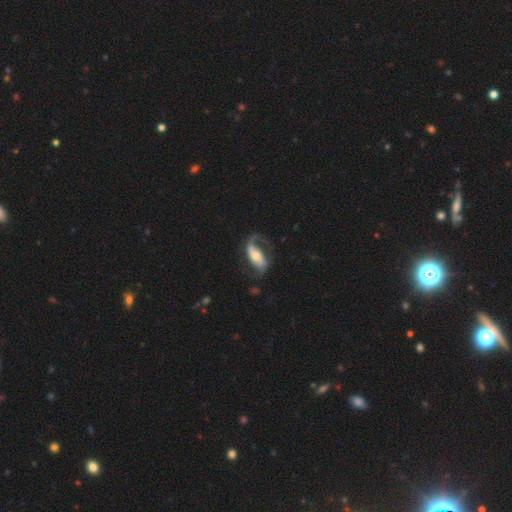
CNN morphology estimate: Smooth or featured: featured or disk — 79% (smooth — 16%)
Edge-on disk: no — 94% (yes — 6%)
Bar: strong — 41% (no — 31%)
Spiral arms: yes — 91% (no — 9%)
Spiral winding: loose — 55% (medium — 34%)
Spiral arm count: 2 — 75% (1 — 20%)
Bulge size: moderate — 58% (small — 29%)
Merging: none — 56% (major disturbance — 23%)